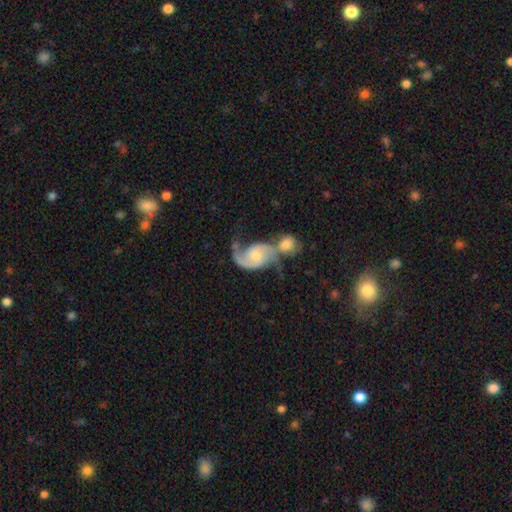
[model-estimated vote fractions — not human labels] Q: Smooth or featured?
A: featured or disk (84%); runner-up: smooth (11%)
Q: Edge-on disk?
A: no (97%); runner-up: yes (3%)
Q: Bar?
A: no (59%); runner-up: weak (33%)
Q: Spiral arms?
A: yes (96%); runner-up: no (4%)
Q: Spiral winding?
A: loose (50%); runner-up: medium (38%)
Q: Spiral arm count?
A: 2 (86%); runner-up: 1 (7%)
Q: Bulge size?
A: small (46%); runner-up: moderate (44%)
Q: Merging?
A: merger (61%); runner-up: none (20%)